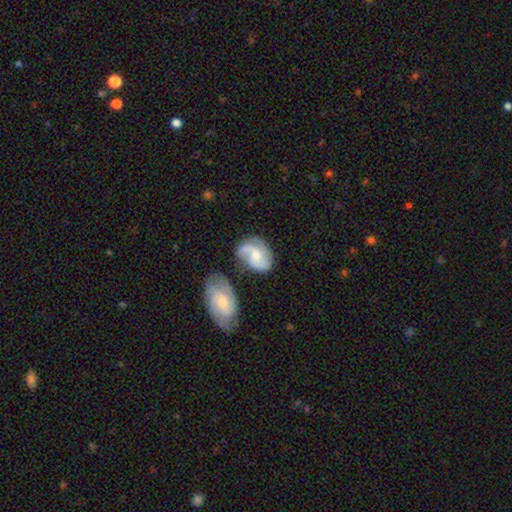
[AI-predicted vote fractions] smooth-or-featured: featured or disk: 72% | smooth: 22% | star or artifact: 6%
  disk-edge-on: no: 97% | yes: 3%
    bar: no: 62% | weak: 32% | strong: 6%
    has-spiral-arms: yes: 92% | no: 8%
      spiral-winding: medium: 44% | loose: 37% | tight: 19%
      spiral-arm-count: 2: 63% | 3: 11% | can't tell: 11% | 1: 11% | 4: 2% | more than 4: 2%
    bulge-size: moderate: 57% | small: 34% | large: 4% | none: 3% | dominant: 1%
  merging: none: 47% | minor disturbance: 23% | merger: 17% | major disturbance: 13%